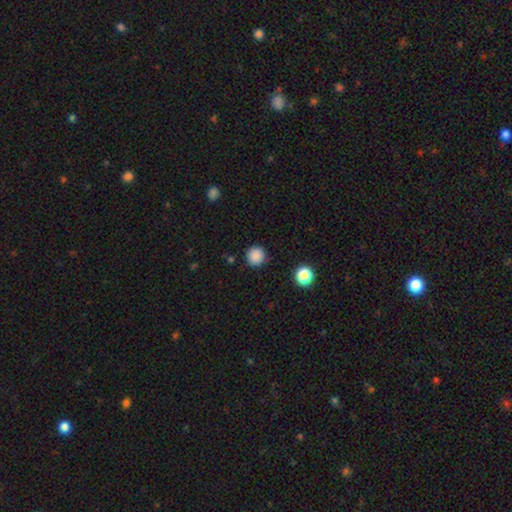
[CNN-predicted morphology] smooth-or-featured: smooth: 87% | star or artifact: 10% | featured or disk: 3%
  how-rounded: round: 95% | in between: 4% | cigar-shaped: 1%
  merging: none: 90% | minor disturbance: 7% | major disturbance: 2% | merger: 2%